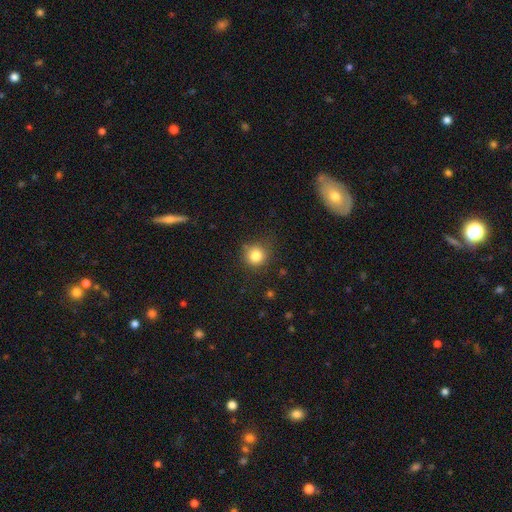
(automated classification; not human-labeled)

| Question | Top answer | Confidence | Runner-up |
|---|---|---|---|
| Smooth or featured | smooth | 82% | star or artifact (12%) |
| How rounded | round | 91% | in between (8%) |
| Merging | none | 81% | minor disturbance (13%) |